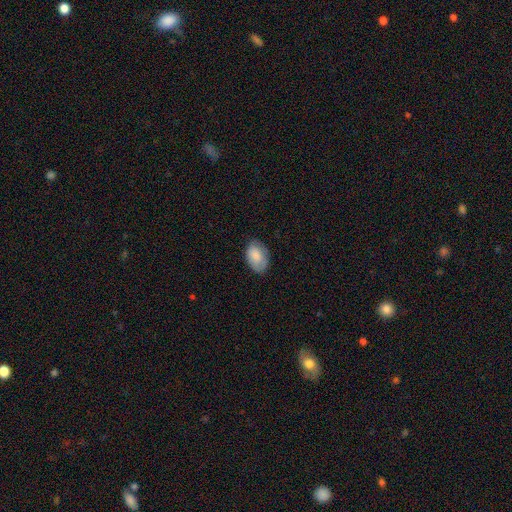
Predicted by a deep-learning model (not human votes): Morphology: type=smooth (82%); roundness=in between (90%); merging=none (72%).